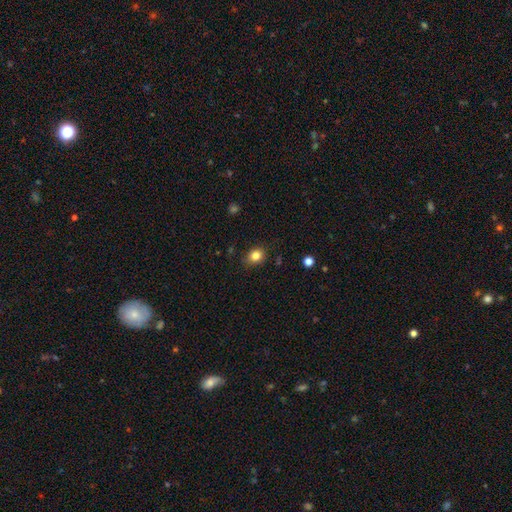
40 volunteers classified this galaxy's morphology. Volunteers were most divided on "how rounded": in between: 53%, round: 44%, cigar-shaped: 3%. More confident: merging — none (92%); smooth or featured — smooth (80%).